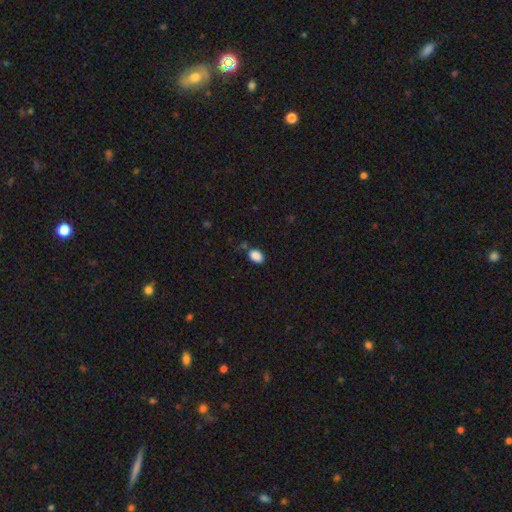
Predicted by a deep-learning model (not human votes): smooth_or_featured: smooth (p=0.88) [alt: star or artifact p=0.09]
how_rounded: in between (p=0.81) [alt: round p=0.18]
merging: none (p=0.71) [alt: minor disturbance p=0.18]